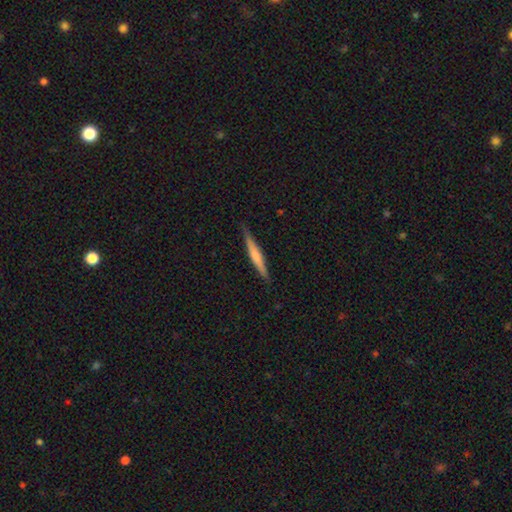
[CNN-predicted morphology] Q: Smooth or featured?
A: smooth (47%); tied with: featured or disk (47%)
Q: Merging?
A: none (89%); runner-up: minor disturbance (9%)